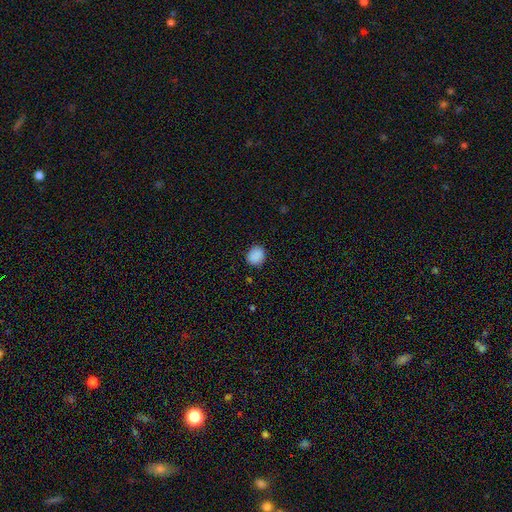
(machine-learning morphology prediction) This appears to be a smooth galaxy with no disk features (88%) that is round (78%). Merging: none (87%).